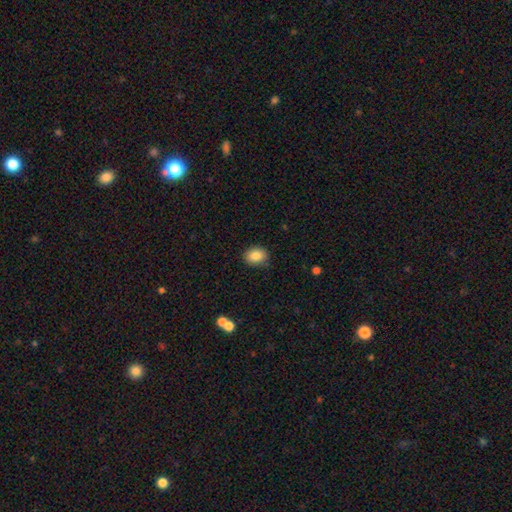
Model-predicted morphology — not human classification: Overall: smooth (85%). How rounded: in between (58%; round 41%). Merging: none (83%).